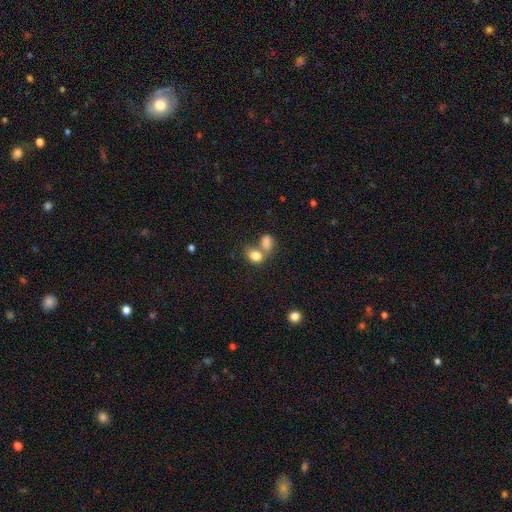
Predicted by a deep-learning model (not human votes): smooth 81%, star or artifact 10%, featured or disk 9%. Down the decision tree: how rounded — in between (69%); merging — merger (52%).